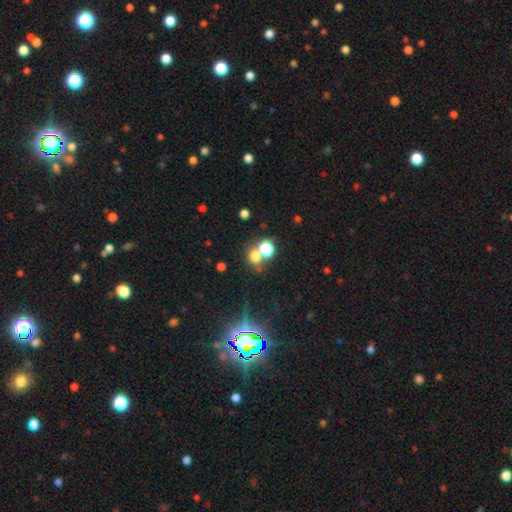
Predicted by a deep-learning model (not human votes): Smooth or featured? smooth (58%)
How rounded? round (80%)
Merging? none (59%)